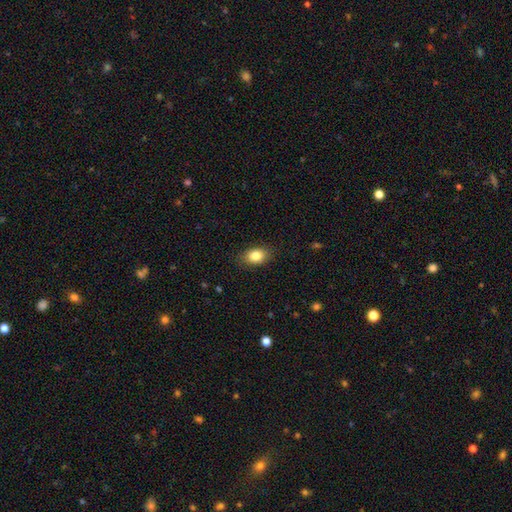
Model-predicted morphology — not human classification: Smooth or featured: smooth — 83% (star or artifact — 8%)
How rounded: in between — 79% (round — 20%)
Merging: none — 86% (minor disturbance — 11%)